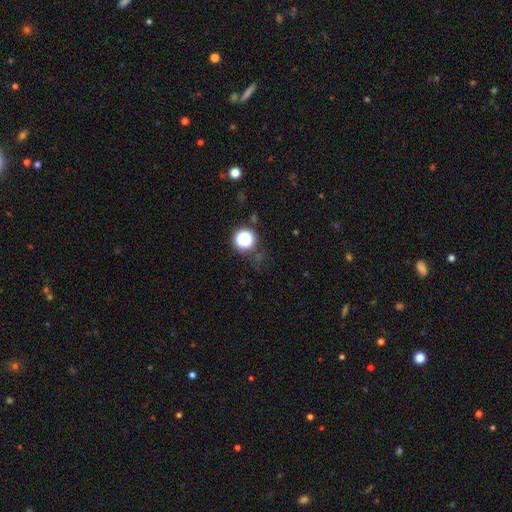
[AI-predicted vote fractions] Smooth or featured?
  - star or artifact: 64% *
  - smooth: 25%
  - featured or disk: 11%